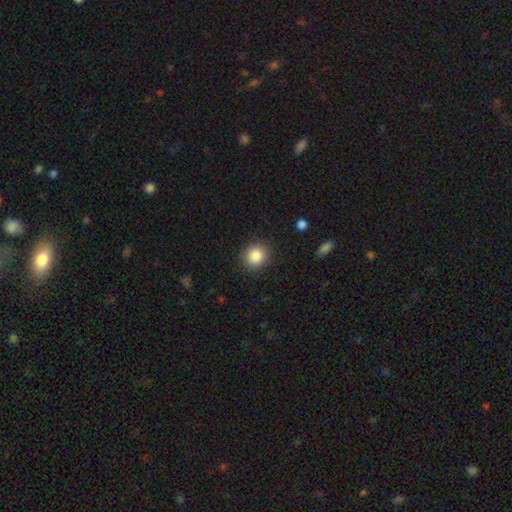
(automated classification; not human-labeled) A smooth galaxy with no disk features (86%) that is round (84%). Merging: none (90%).